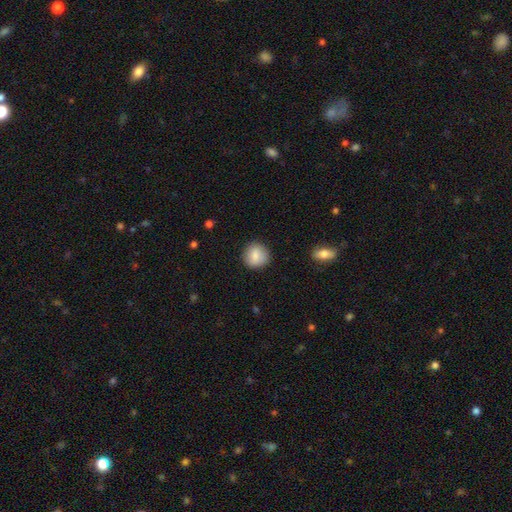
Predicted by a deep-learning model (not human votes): A smooth galaxy with no disk features (85%) that is round (91%).

Vote fractions:
- Smooth or featured? smooth: 85% / featured or disk: 8% / star or artifact: 7%
- How rounded? round: 91% / in between: 8% / cigar-shaped: 1%
- Merging? none: 88% / minor disturbance: 8% / major disturbance: 2% / merger: 1%